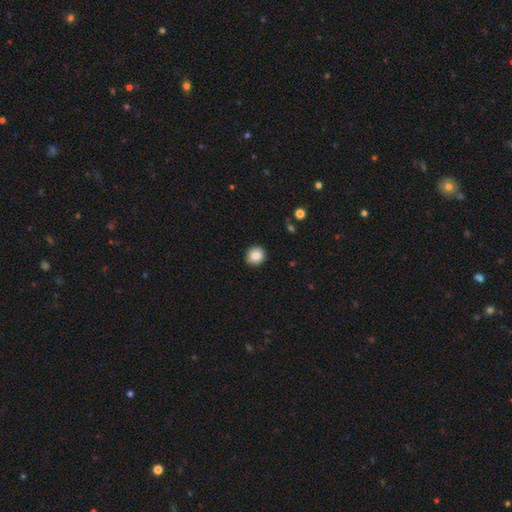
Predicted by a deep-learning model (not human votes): Smooth or featured? Predicted: smooth (p=0.85). How rounded? Predicted: round (p=0.88). Merging? Predicted: none (p=0.91).